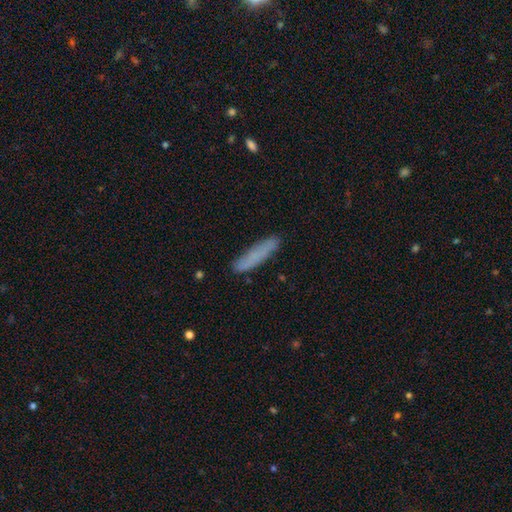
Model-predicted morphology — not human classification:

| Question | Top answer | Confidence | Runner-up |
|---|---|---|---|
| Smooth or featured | smooth | 76% | featured or disk (16%) |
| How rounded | cigar-shaped | 87% | in between (11%) |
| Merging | none | 84% | minor disturbance (12%) |